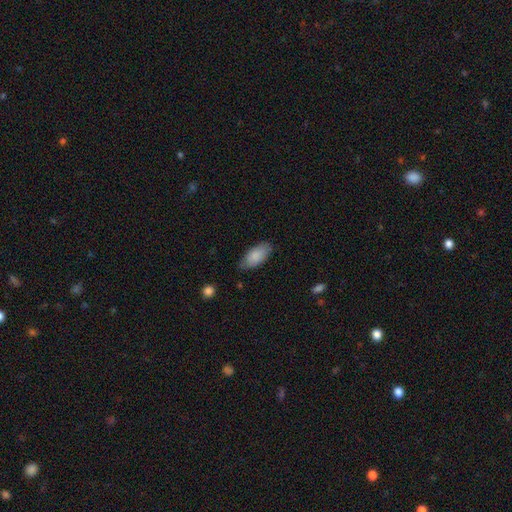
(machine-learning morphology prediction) Smooth or featured: smooth — 86% (featured or disk — 8%)
How rounded: in between — 90% (cigar-shaped — 8%)
Merging: none — 77% (minor disturbance — 18%)